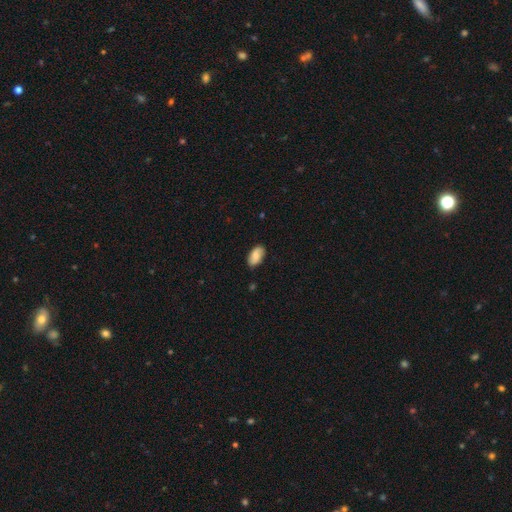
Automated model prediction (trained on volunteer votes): Smooth or featured? smooth (81%)
How rounded? in between (94%)
Merging? none (82%)